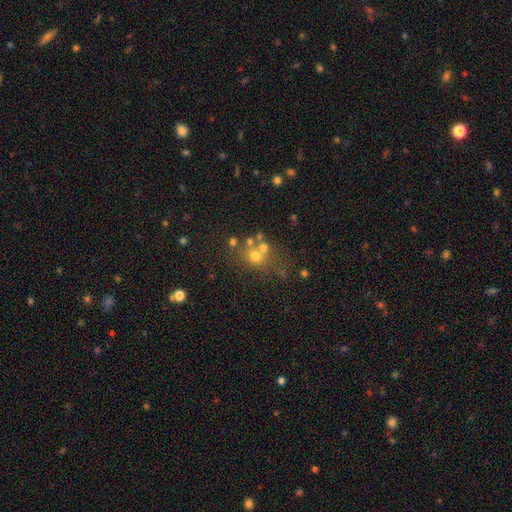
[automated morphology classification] Q: Smooth or featured?
A: smooth (58%); runner-up: star or artifact (21%)
Q: How rounded?
A: round (77%); runner-up: in between (22%)
Q: Merging?
A: none (49%); runner-up: merger (33%)